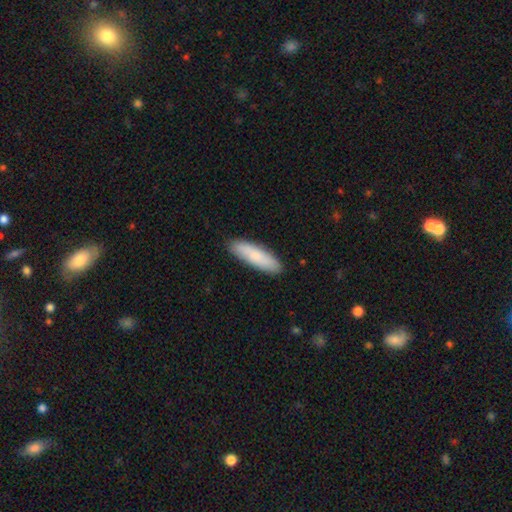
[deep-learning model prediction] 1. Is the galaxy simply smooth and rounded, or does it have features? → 82% smooth, 12% featured or disk, 5% star or artifact.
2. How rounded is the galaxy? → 61% cigar-shaped, 37% in between, 2% round.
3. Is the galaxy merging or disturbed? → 89% none, 9% minor disturbance, 2% major disturbance, 1% merger.